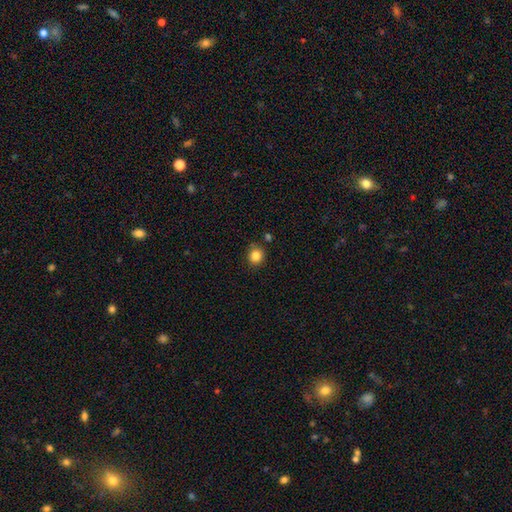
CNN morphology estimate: A smooth galaxy with no disk features (85%) that is round (84%). Merging: none (83%).